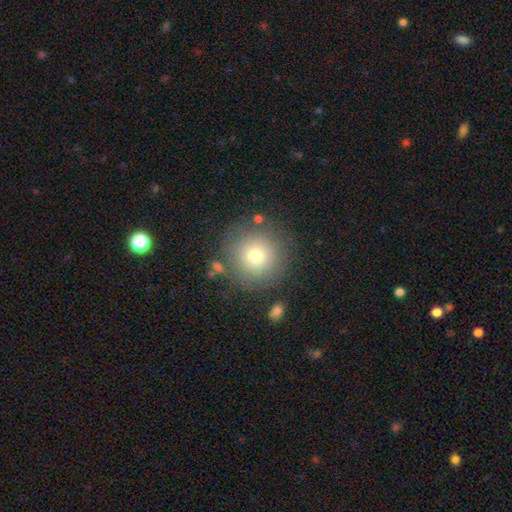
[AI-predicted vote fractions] A smooth galaxy with no disk features (73%) that is round (95%). Merging: none (81%).